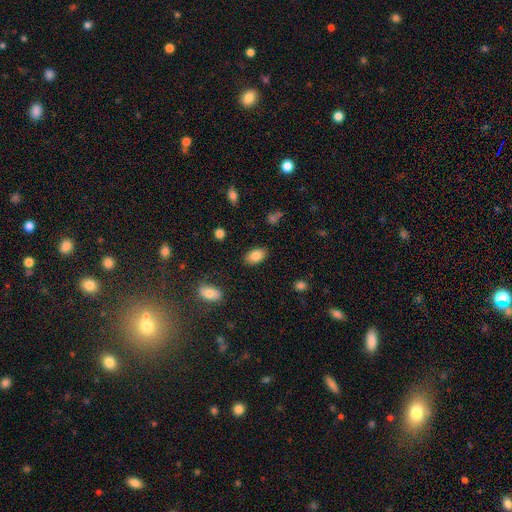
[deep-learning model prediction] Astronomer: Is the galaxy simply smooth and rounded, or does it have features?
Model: smooth — 84%.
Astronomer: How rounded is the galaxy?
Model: in between — 91%.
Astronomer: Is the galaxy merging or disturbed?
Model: none — 85%.